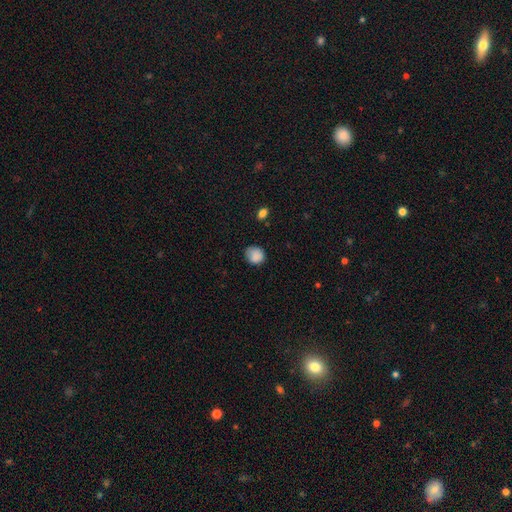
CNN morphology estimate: smooth-or-featured: smooth: 85% | star or artifact: 9% | featured or disk: 6%
  how-rounded: round: 79% | in between: 20% | cigar-shaped: 1%
  merging: none: 68% | minor disturbance: 25% | major disturbance: 6% | merger: 2%